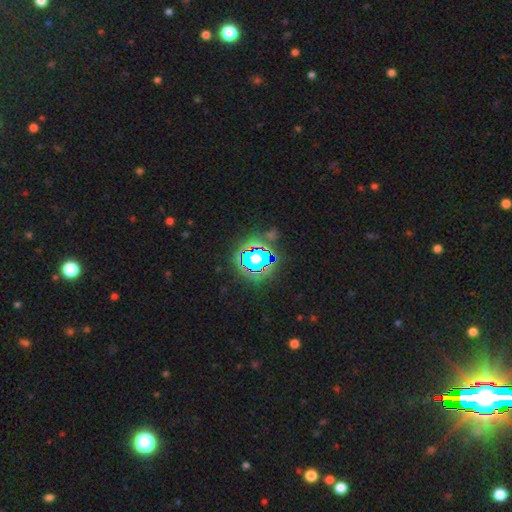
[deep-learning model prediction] A star or artifact, not a galaxy (68%).

Vote fractions:
- Smooth or featured? star or artifact: 68% / smooth: 20% / featured or disk: 12%